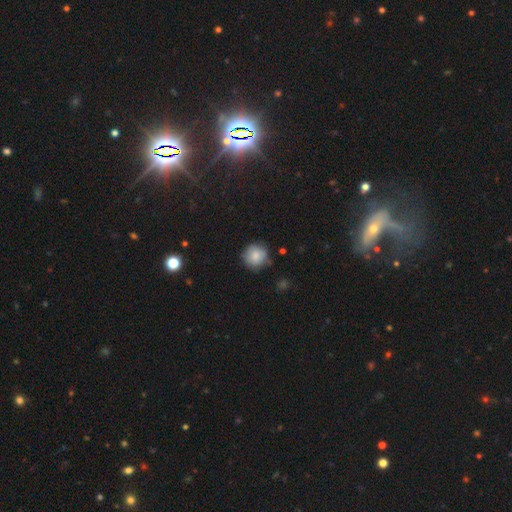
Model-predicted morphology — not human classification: A smooth galaxy with no disk features (84%) that is round (93%).

Vote fractions:
- Smooth or featured? smooth: 84% / featured or disk: 8% / star or artifact: 8%
- How rounded? round: 93% / in between: 6% / cigar-shaped: 1%
- Merging? none: 77% / minor disturbance: 17% / major disturbance: 4% / merger: 2%